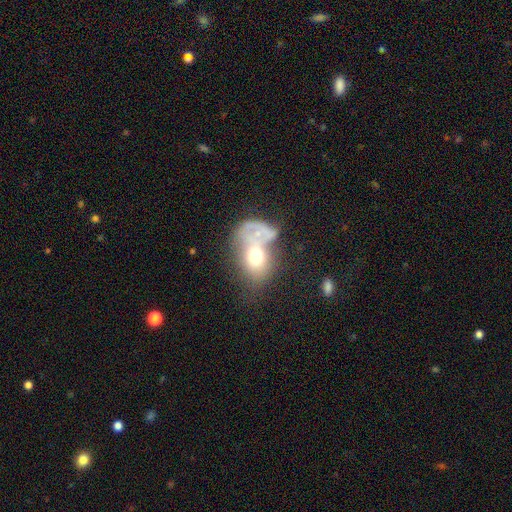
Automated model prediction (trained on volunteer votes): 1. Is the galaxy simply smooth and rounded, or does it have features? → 58% smooth, 32% featured or disk, 10% star or artifact.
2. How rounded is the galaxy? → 61% in between, 38% round, 1% cigar-shaped.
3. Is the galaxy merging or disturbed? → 44% merger, 26% major disturbance, 17% none, 12% minor disturbance.